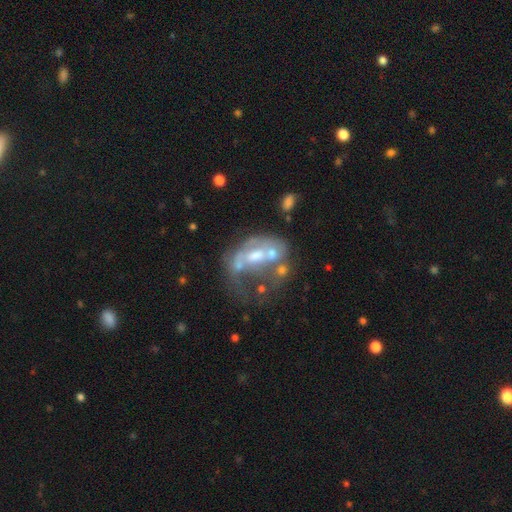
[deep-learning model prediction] featured or disk 66%, smooth 23%, star or artifact 11%. Down the decision tree: edge-on disk — no (96%); bar — no (69%); spiral arms — no (71%); bulge size — moderate (53%); merging — merger (35%, tied with major disturbance).